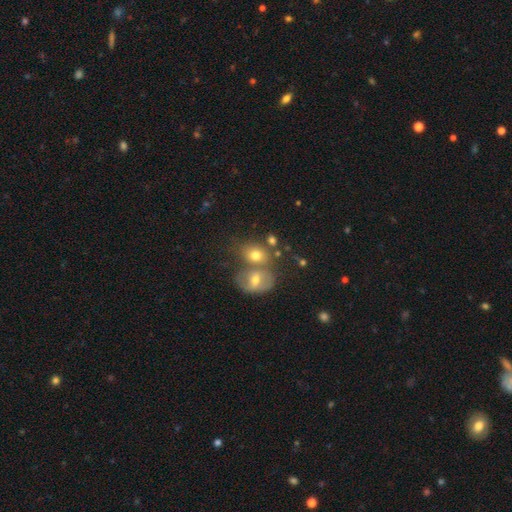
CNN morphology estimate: smooth_or_featured: smooth (p=0.68) [alt: featured or disk p=0.20]
how_rounded: in between (p=0.51) [alt: round p=0.48]
merging: merger (p=0.47) [alt: none p=0.38]